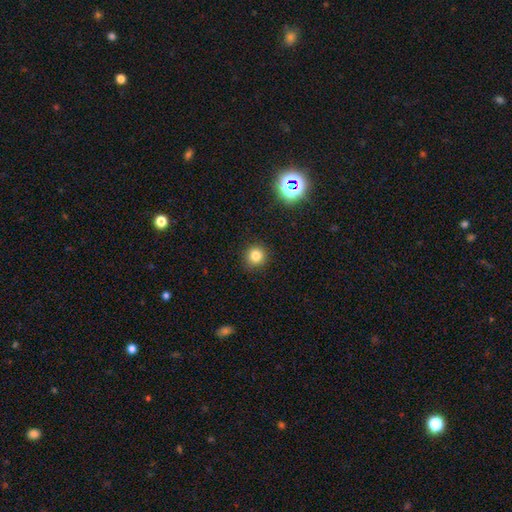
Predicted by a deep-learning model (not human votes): A smooth galaxy with no disk features (81%) that is round (92%). Merging: none (91%).